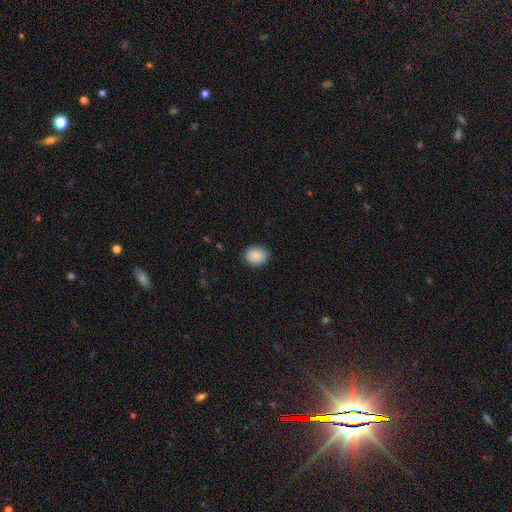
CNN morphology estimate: This is clearly a smooth galaxy (89%). How rounded: possibly round (54%). Merging: clearly none (87%).